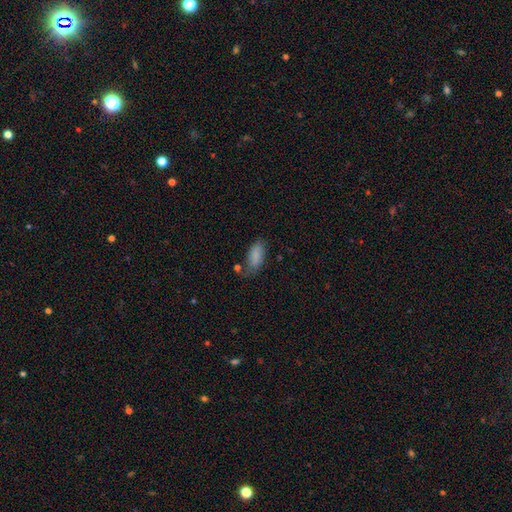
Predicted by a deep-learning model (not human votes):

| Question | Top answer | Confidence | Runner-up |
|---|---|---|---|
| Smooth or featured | smooth | 81% | featured or disk (12%) |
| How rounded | in between | 89% | cigar-shaped (8%) |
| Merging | none | 55% | minor disturbance (27%) |